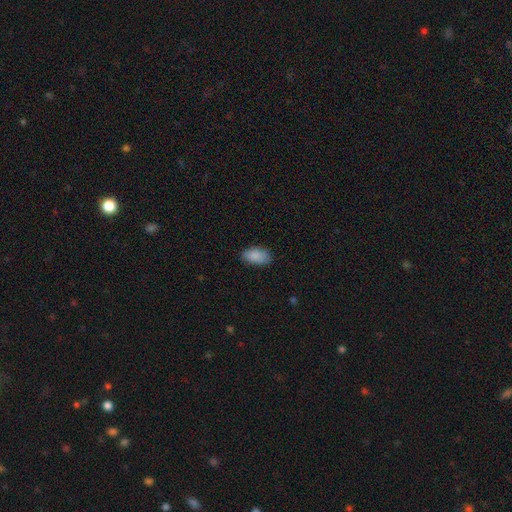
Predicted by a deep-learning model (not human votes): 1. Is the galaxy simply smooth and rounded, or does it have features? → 89% smooth, 7% star or artifact, 5% featured or disk.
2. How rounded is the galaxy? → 94% in between, 4% round, 3% cigar-shaped.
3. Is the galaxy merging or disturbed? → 81% none, 15% minor disturbance, 3% major disturbance, 1% merger.